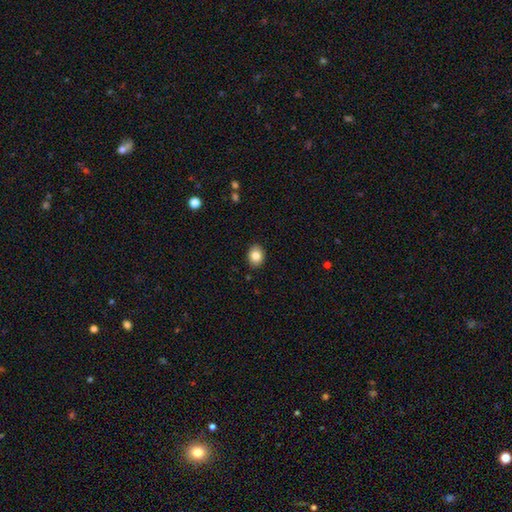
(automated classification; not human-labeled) Smooth or featured? smooth (84%)
How rounded? in between (57%)
Merging? none (89%)